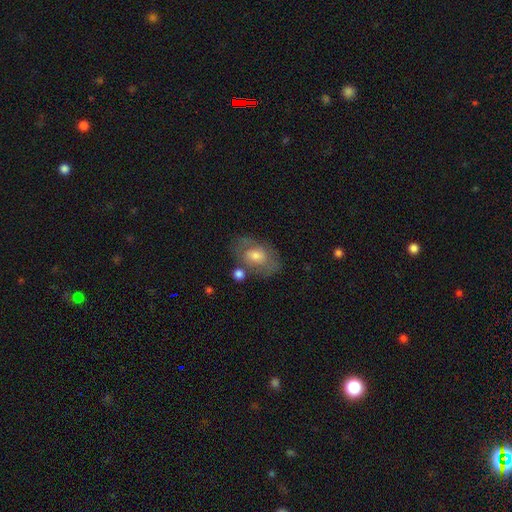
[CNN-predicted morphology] Overall: smooth (49%; featured or disk 43%). Merging: none (63%).